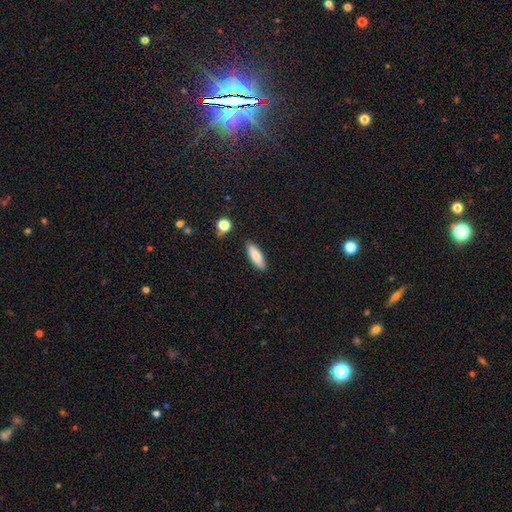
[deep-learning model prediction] Smooth or featured?
  - smooth: 81% *
  - featured or disk: 12%
  - star or artifact: 7%
How rounded?
  - in between: 51% *
  - cigar-shaped: 47%
  - round: 2%
Merging?
  - none: 87% *
  - minor disturbance: 9%
  - major disturbance: 2%
  - merger: 2%